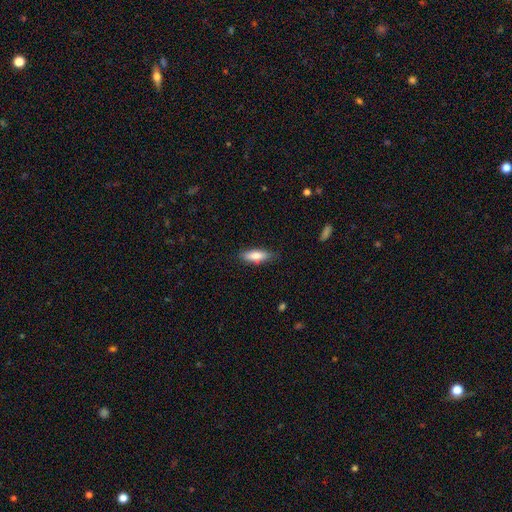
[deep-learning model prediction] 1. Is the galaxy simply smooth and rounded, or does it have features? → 80% smooth, 14% featured or disk, 6% star or artifact.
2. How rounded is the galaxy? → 56% in between, 42% cigar-shaped, 2% round.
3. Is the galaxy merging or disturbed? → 82% none, 14% minor disturbance, 3% major disturbance, 1% merger.